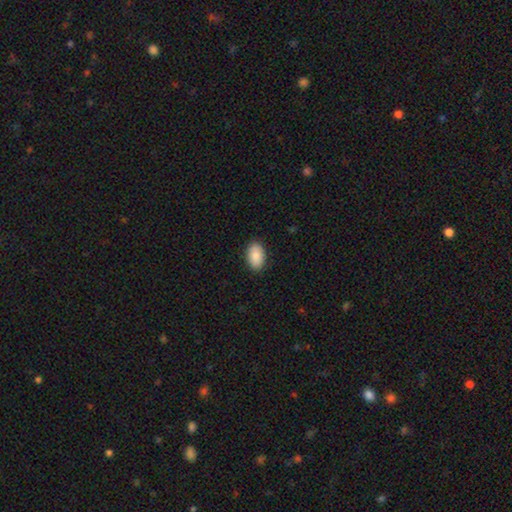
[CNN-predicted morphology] This is clearly a smooth galaxy (88%). How rounded: clearly in between (93%). Merging: clearly none (89%).